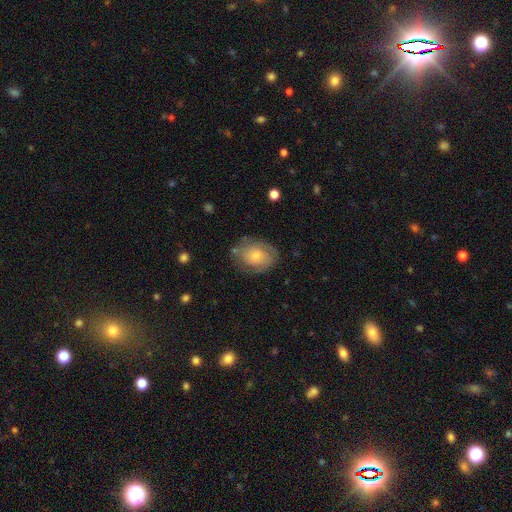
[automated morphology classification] The model was most divided on "smooth or featured": featured or disk: 52%, smooth: 39%, star or artifact: 9%. More confident: edge-on disk — no (96%); merging — none (72%).